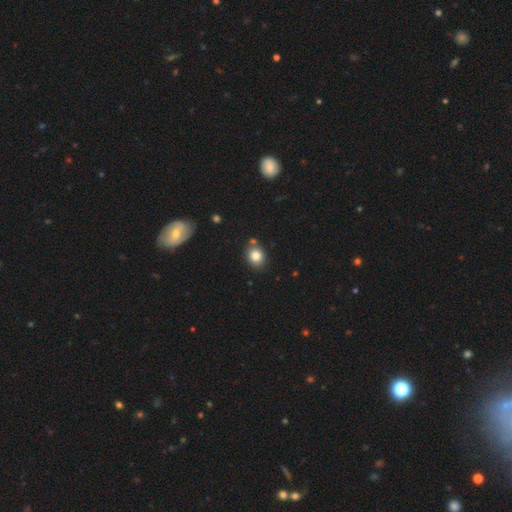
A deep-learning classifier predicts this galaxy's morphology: A smooth galaxy with no disk features (82%) that is round (58%). Merging: none (78%).